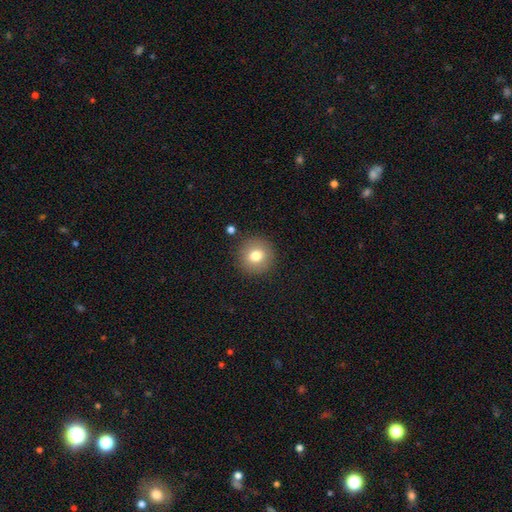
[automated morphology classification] smooth 77%, featured or disk 13%, star or artifact 10%. Down the decision tree: how rounded — round (93%); merging — none (89%).